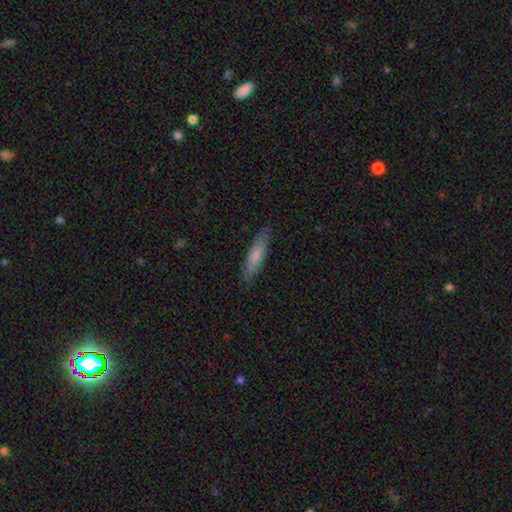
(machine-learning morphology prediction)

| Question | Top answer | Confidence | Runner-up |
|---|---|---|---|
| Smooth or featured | smooth | 70% | featured or disk (24%) |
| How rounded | cigar-shaped | 80% | in between (19%) |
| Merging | none | 86% | minor disturbance (11%) |